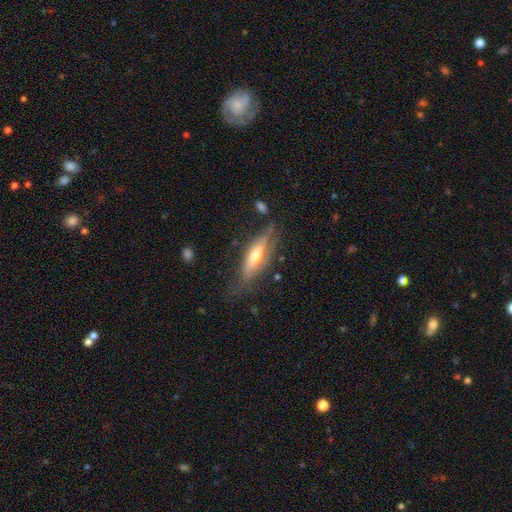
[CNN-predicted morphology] Overall: featured or disk (57%; smooth 37%). Edge-on disk: yes (77%). Merging: none (62%; minor disturbance 24%).